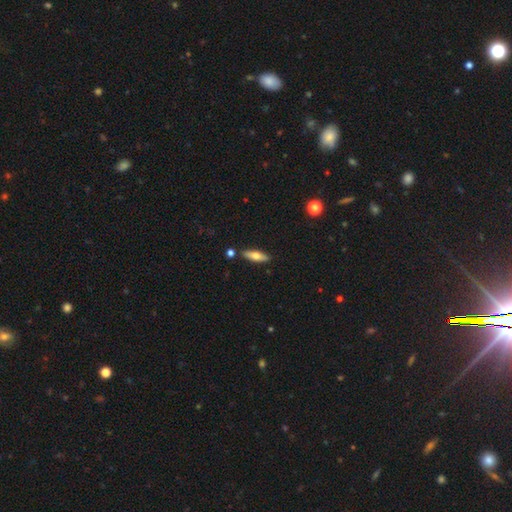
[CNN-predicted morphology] Smooth or featured?
  - smooth: 64% *
  - featured or disk: 30%
  - star or artifact: 7%
How rounded?
  - cigar-shaped: 50% *
  - in between: 47%
  - round: 2%
Merging?
  - none: 84% *
  - minor disturbance: 9%
  - merger: 4%
  - major disturbance: 2%